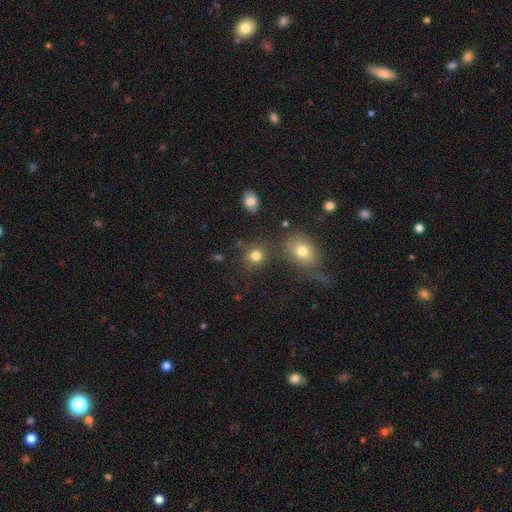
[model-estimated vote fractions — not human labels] Morphology: type=smooth (81%); roundness=round (78%); merging=none (77%).